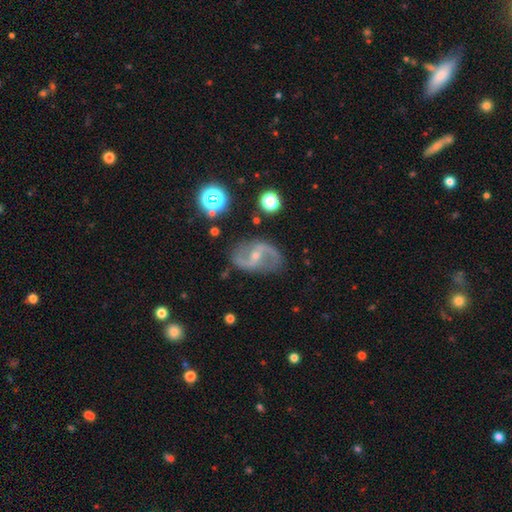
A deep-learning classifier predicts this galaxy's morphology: Overall: featured or disk (88%). Edge-on disk: no (97%). Bar: weak (45%; no 29%). Spiral arms: yes (95%). Spiral arm count: 2 (93%). Spiral winding: loose (59%; medium 33%). Bulge size: small (61%; moderate 35%). Merging: none (80%).